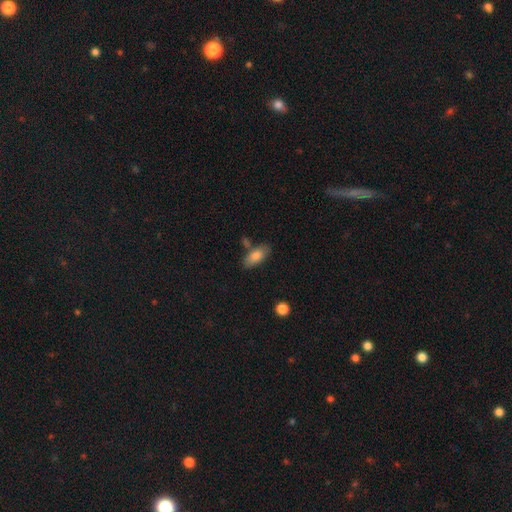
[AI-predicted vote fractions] Smooth or featured?
  - smooth: 80% *
  - featured or disk: 14%
  - star or artifact: 7%
How rounded?
  - in between: 87% *
  - cigar-shaped: 10%
  - round: 3%
Merging?
  - none: 68% *
  - minor disturbance: 17%
  - merger: 11%
  - major disturbance: 4%